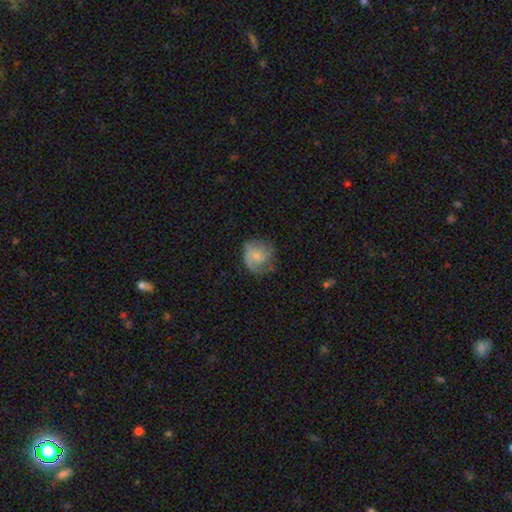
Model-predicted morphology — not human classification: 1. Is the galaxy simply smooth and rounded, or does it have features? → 49% featured or disk, 44% smooth, 8% star or artifact.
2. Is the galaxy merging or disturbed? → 54% none, 26% minor disturbance, 18% major disturbance, 2% merger.